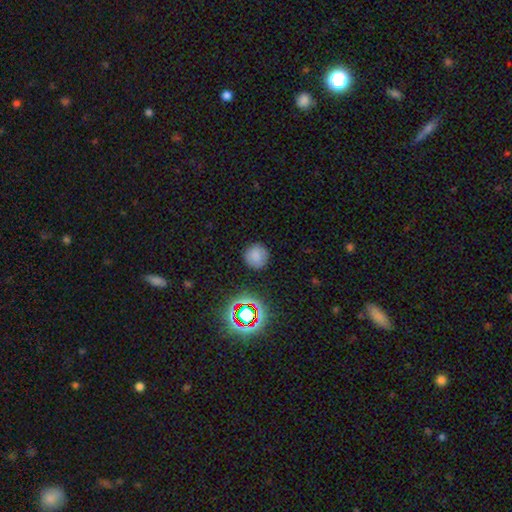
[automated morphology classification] smooth-or-featured: smooth: 76% | star or artifact: 17% | featured or disk: 7%
  how-rounded: round: 93% | in between: 6% | cigar-shaped: 1%
  merging: none: 86% | minor disturbance: 9% | major disturbance: 3% | merger: 2%